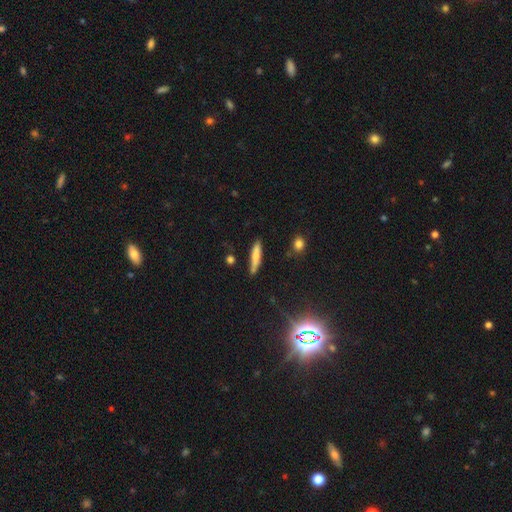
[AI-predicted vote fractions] Smooth or featured: smooth — 68% (featured or disk — 24%)
How rounded: cigar-shaped — 84% (in between — 14%)
Merging: none — 76% (minor disturbance — 16%)